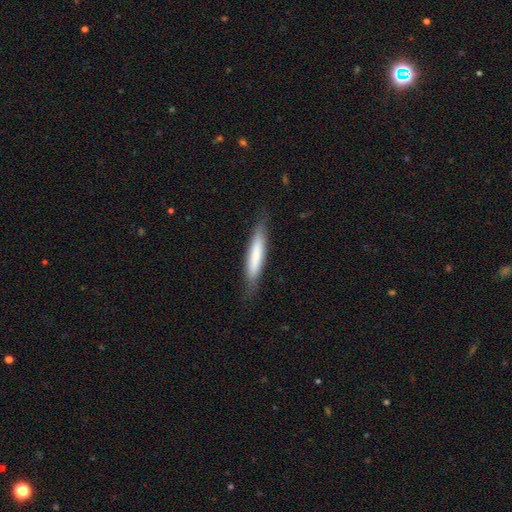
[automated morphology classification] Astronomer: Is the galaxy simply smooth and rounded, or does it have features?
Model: smooth — 72%.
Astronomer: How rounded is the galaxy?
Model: cigar-shaped — 88%.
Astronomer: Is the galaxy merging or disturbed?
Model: none — 82%.